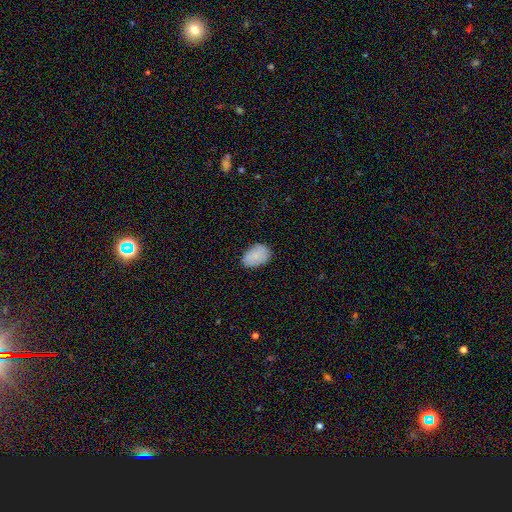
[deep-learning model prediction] Overall: smooth (85%). How rounded: in between (89%). Merging: none (80%).